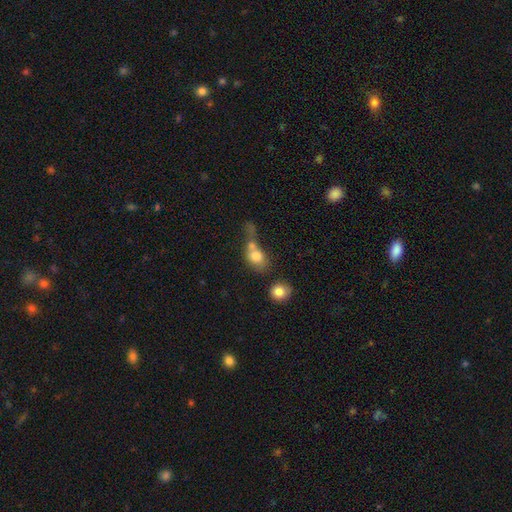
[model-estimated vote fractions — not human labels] The model was most divided on "how rounded": round: 52%, in between: 46%, cigar-shaped: 3%. More confident: smooth or featured — smooth (75%); merging — merger (58%).